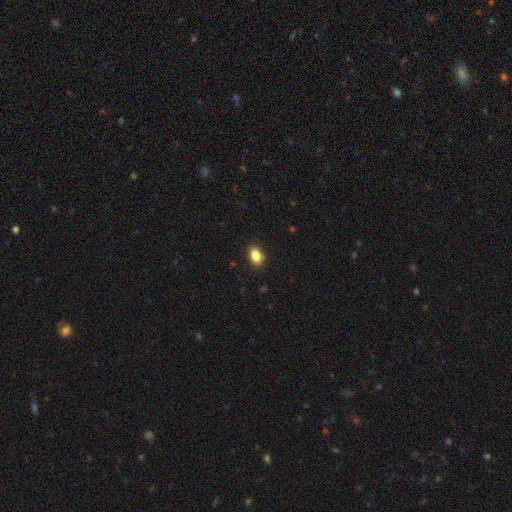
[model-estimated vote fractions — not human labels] smooth-or-featured: smooth: 85% | star or artifact: 8% | featured or disk: 7%
  how-rounded: in between: 88% | round: 8% | cigar-shaped: 4%
  merging: none: 85% | minor disturbance: 11% | major disturbance: 2% | merger: 2%